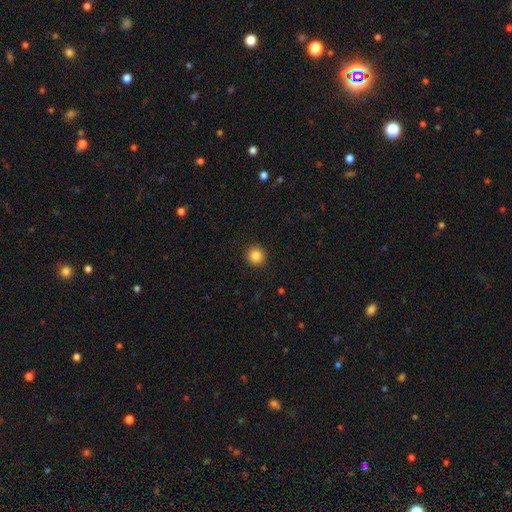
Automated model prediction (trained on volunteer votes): This appears to be a smooth galaxy with no disk features (86%) that is round (94%). Merging: none (93%).